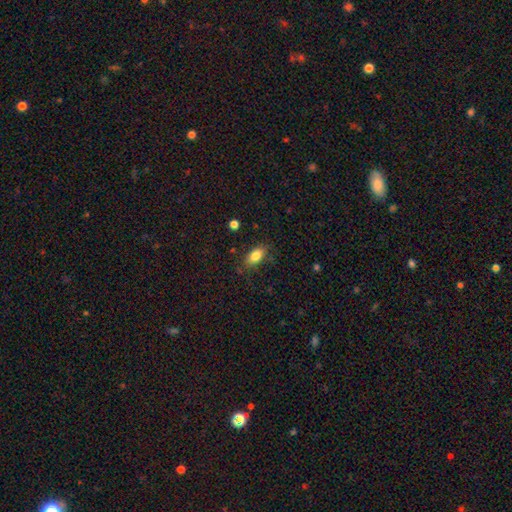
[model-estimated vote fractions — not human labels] Morphology: type=smooth (82%); roundness=in between (88%); merging=none (80%).